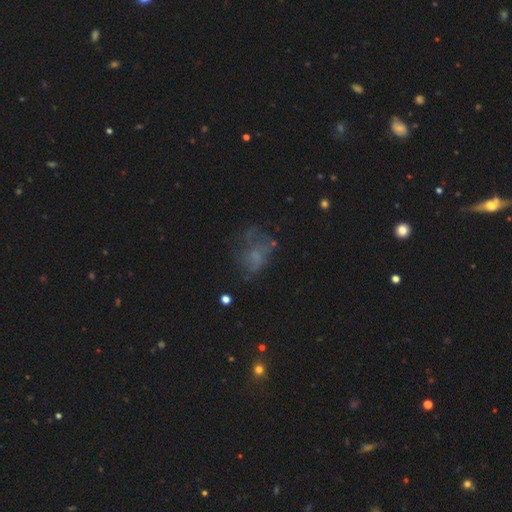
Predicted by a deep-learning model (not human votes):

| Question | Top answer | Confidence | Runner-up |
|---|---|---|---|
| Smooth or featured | featured or disk | 41% | smooth (37%) |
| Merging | none | 41% | major disturbance (34%) |